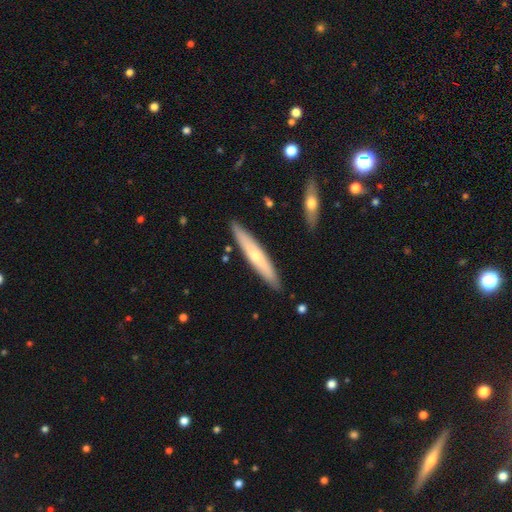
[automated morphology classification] Smooth or featured? smooth (50%)
How rounded? cigar-shaped (91%)
Merging? none (89%)